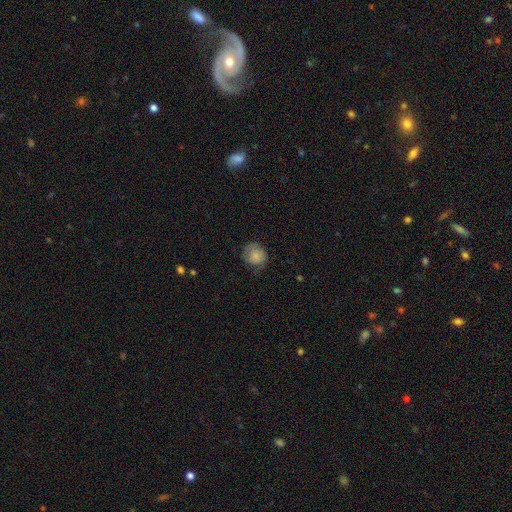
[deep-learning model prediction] Smooth or featured: smooth — 76% (featured or disk — 16%)
How rounded: round — 82% (in between — 17%)
Merging: none — 61% (minor disturbance — 28%)